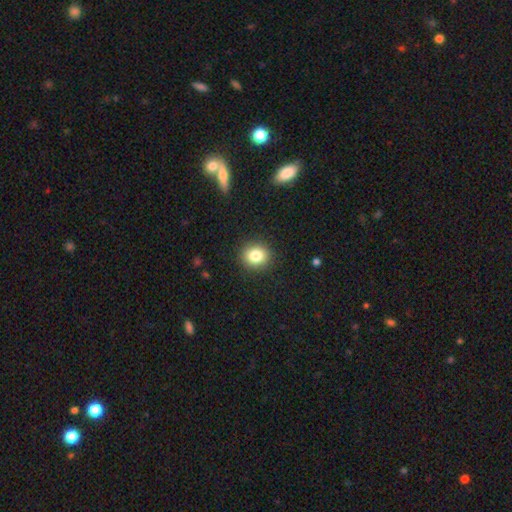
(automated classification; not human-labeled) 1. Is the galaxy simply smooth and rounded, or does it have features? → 83% smooth, 11% star or artifact, 6% featured or disk.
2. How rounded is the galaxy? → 77% round, 22% in between, 1% cigar-shaped.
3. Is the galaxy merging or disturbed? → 90% none, 7% minor disturbance, 2% major disturbance, 1% merger.